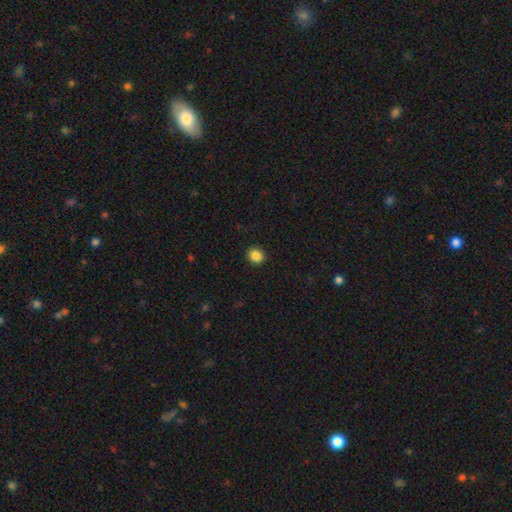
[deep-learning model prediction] This appears to be a smooth galaxy with no disk features (87%) that is round (82%). Merging: none (92%).